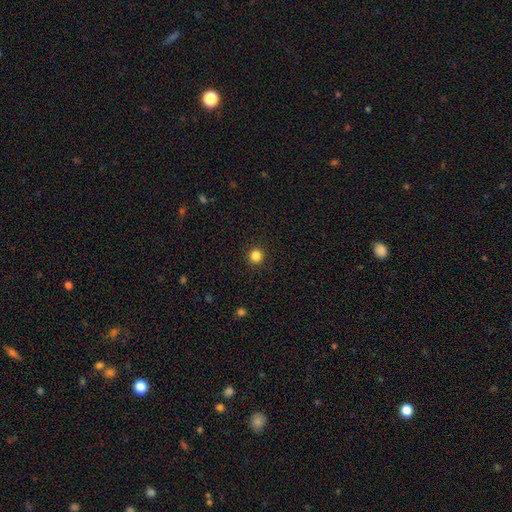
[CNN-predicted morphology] Smooth or featured: smooth — 84% (star or artifact — 12%)
How rounded: round — 93% (in between — 6%)
Merging: none — 92% (minor disturbance — 5%)